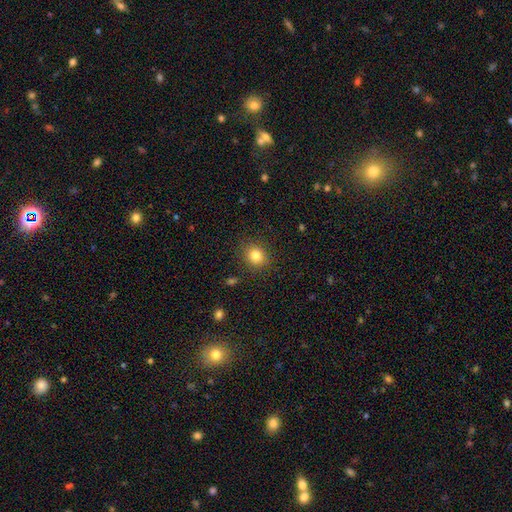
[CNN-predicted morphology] Smooth or featured? Predicted: smooth (p=0.82). How rounded? Predicted: round (p=0.77). Merging? Predicted: none (p=0.87).